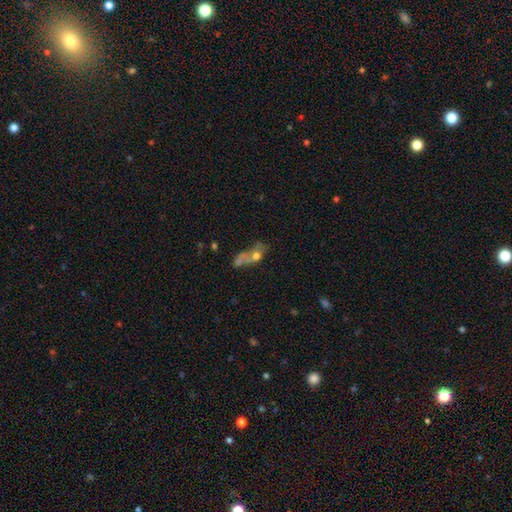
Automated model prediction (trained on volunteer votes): Smooth or featured? smooth (47%)
Merging? major disturbance (31%)